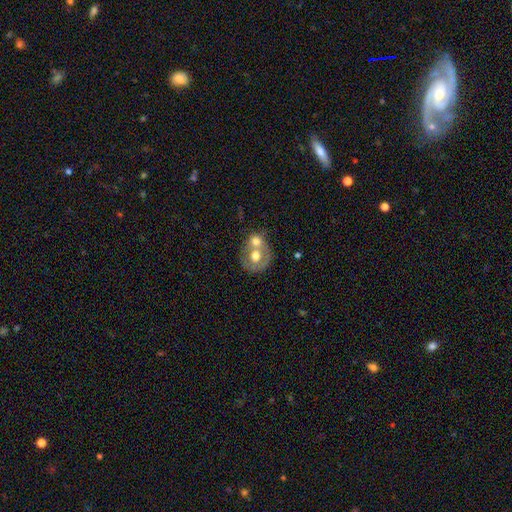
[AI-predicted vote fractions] Q: Smooth or featured?
A: smooth (54%); runner-up: featured or disk (39%)
Q: How rounded?
A: round (75%); runner-up: in between (24%)
Q: Merging?
A: merger (57%); runner-up: none (30%)